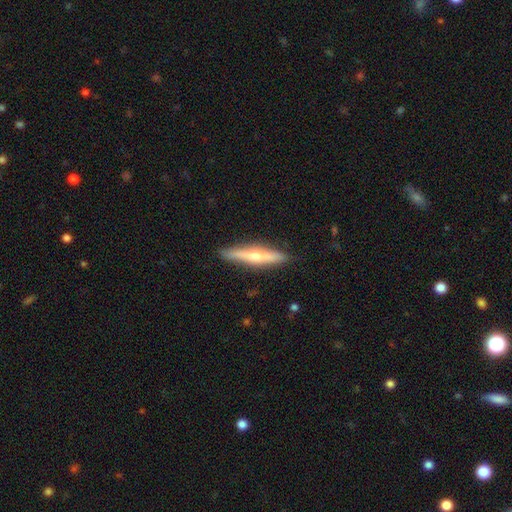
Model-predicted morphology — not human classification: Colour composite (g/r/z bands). It shows a featured or disk galaxy (61%) viewed edge-on (95%) with a rounded central bulge (87%). Merging: none (90%).